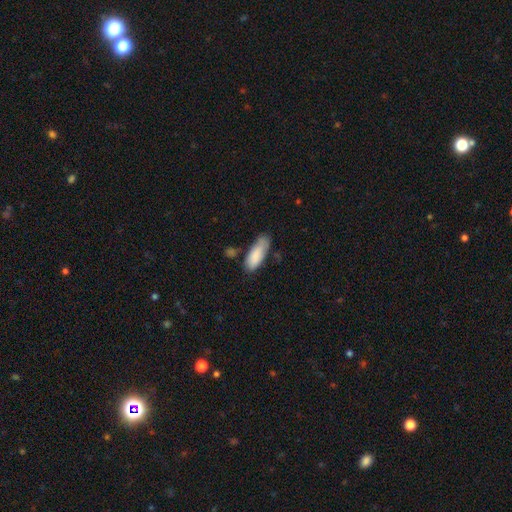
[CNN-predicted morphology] A smooth galaxy with no disk features (85%) that is in between round and cigar-shaped (72%). Merging: none (59%).